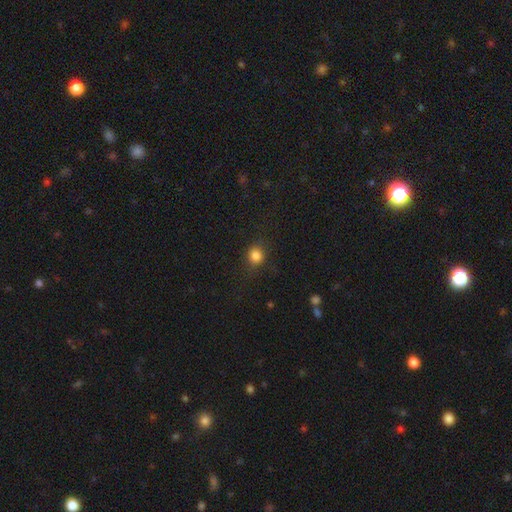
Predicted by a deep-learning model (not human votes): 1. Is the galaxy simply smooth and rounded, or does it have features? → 83% smooth, 12% star or artifact, 5% featured or disk.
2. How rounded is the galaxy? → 82% round, 17% in between, 1% cigar-shaped.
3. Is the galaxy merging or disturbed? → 83% none, 12% minor disturbance, 4% major disturbance, 1% merger.